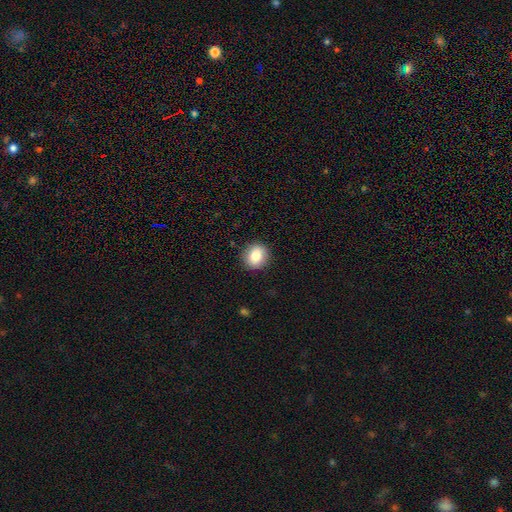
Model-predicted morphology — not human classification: Smooth or featured? Predicted: smooth (p=0.84). How rounded? Predicted: round (p=0.75). Merging? Predicted: none (p=0.88).